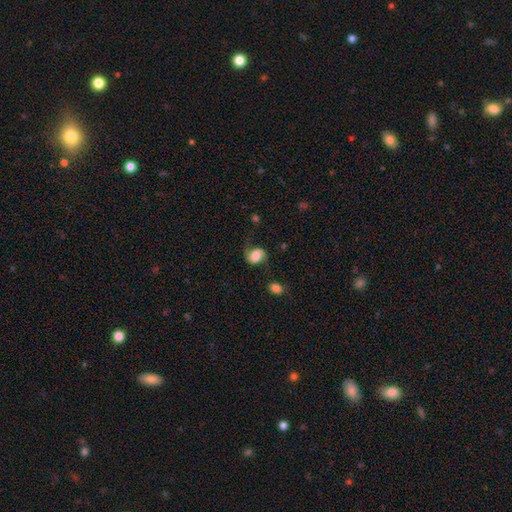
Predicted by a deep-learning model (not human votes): A featured or disk galaxy (53%) with no bar (54%), spiral arms (91%) and a large central bulge (39%). Merging: none (56%).